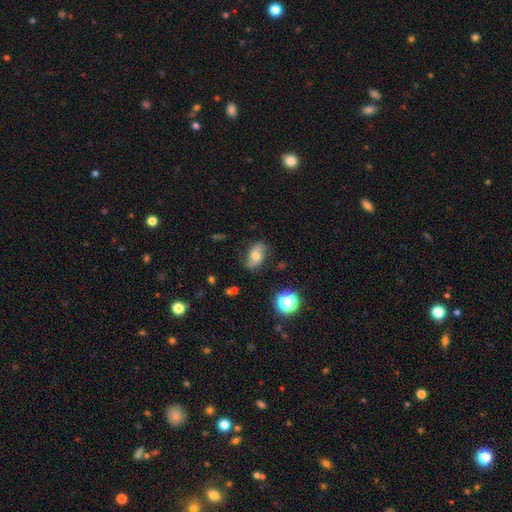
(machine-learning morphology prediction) A featured or disk galaxy (51%). Merging: none (71%).